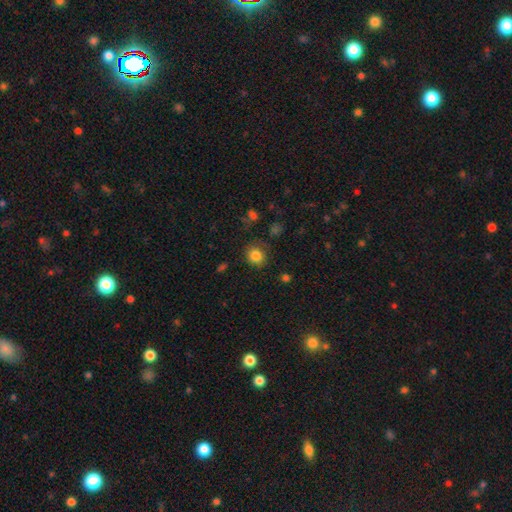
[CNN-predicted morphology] smooth_or_featured: smooth (p=0.84) [alt: star or artifact p=0.11]
how_rounded: round (p=0.81) [alt: in between p=0.18]
merging: none (p=0.78) [alt: minor disturbance p=0.15]